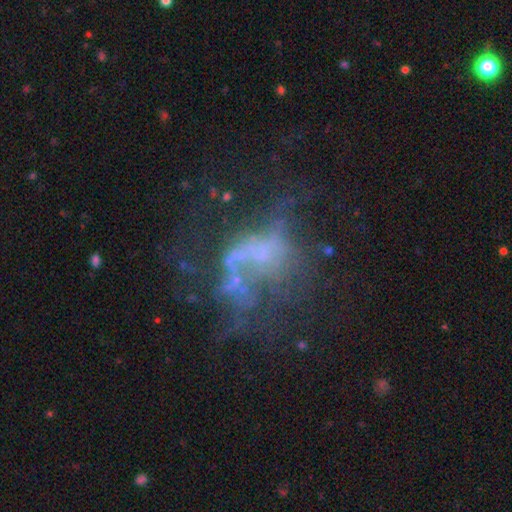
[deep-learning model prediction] featured or disk 58%, star or artifact 24%, smooth 18%. Down the decision tree: edge-on disk — no (96%); bar — no (85%); spiral arms — no (85%); bulge size — none (66%); merging — major disturbance (39%).